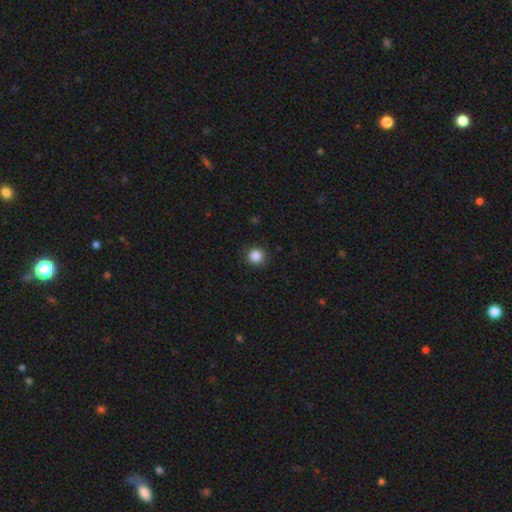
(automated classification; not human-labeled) smooth 86%, star or artifact 11%, featured or disk 3%. Down the decision tree: how rounded — round (93%); merging — none (89%).